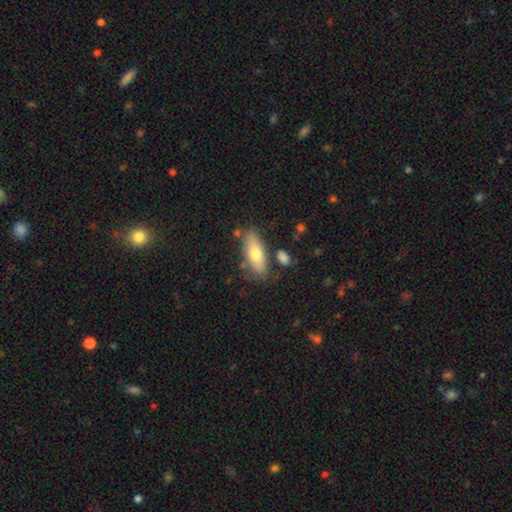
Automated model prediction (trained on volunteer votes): This is likely a smooth galaxy (69%). How rounded: likely in between (71%). Merging: likely none (75%).